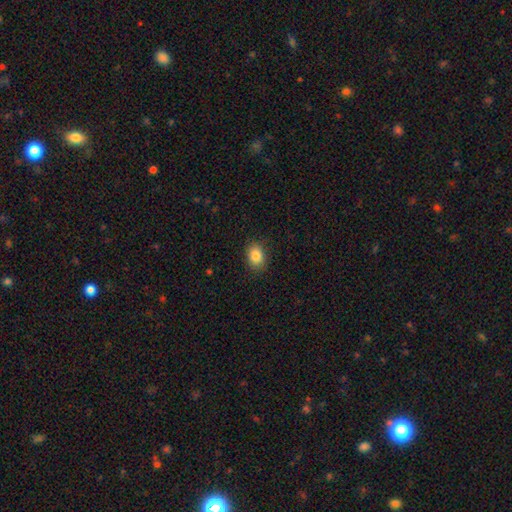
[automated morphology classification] Smooth or featured: smooth — 86% (star or artifact — 9%)
How rounded: in between — 69% (round — 30%)
Merging: none — 86% (minor disturbance — 10%)